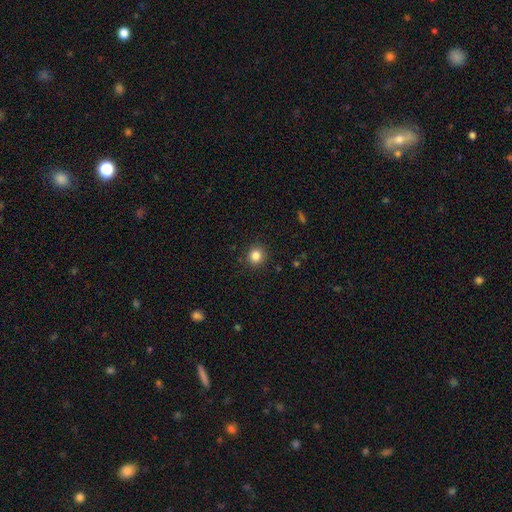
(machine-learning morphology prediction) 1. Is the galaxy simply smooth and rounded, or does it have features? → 84% smooth, 11% star or artifact, 5% featured or disk.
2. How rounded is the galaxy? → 91% round, 8% in between, 1% cigar-shaped.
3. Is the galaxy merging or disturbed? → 90% none, 7% minor disturbance, 2% major disturbance, 1% merger.